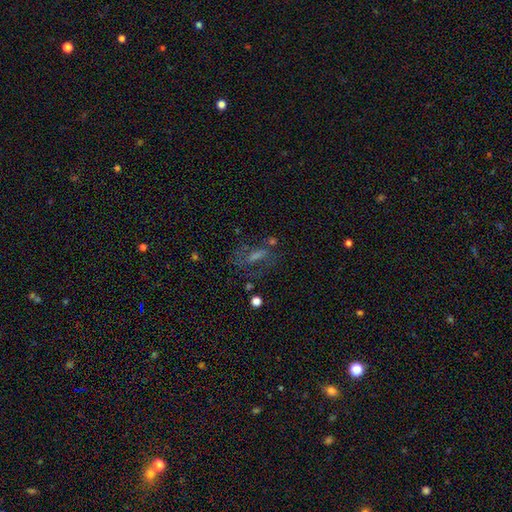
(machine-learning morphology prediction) Smooth or featured?
  - featured or disk: 41% *
  - smooth: 36%
  - star or artifact: 23%
Merging?
  - none: 53% *
  - major disturbance: 22%
  - minor disturbance: 19%
  - merger: 6%